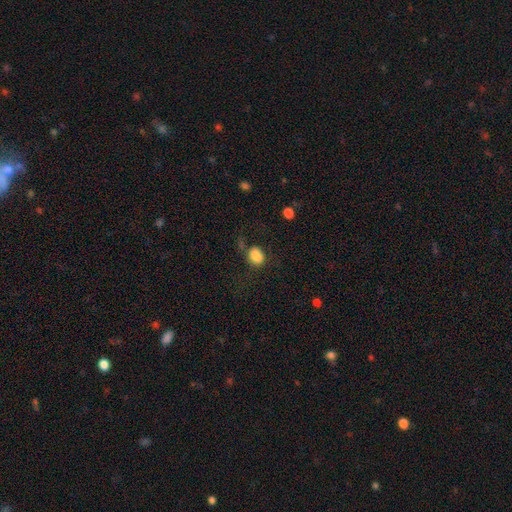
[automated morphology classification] smooth-or-featured: smooth: 85% | star or artifact: 9% | featured or disk: 6%
  how-rounded: in between: 54% | round: 45% | cigar-shaped: 1%
  merging: none: 62% | minor disturbance: 20% | major disturbance: 13% | merger: 5%